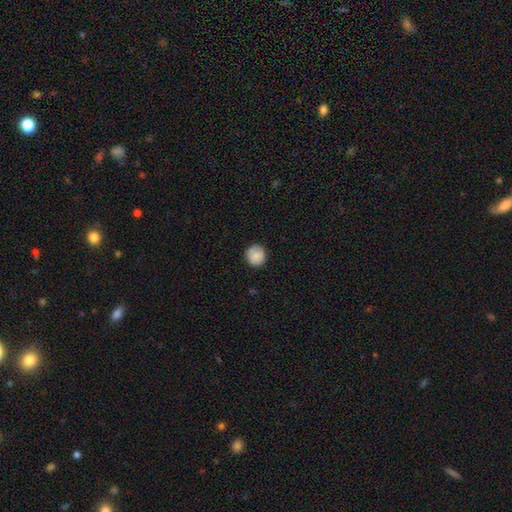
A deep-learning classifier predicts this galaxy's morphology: This appears to be a smooth galaxy with no disk features (85%) that is round (92%). Merging: none (87%).